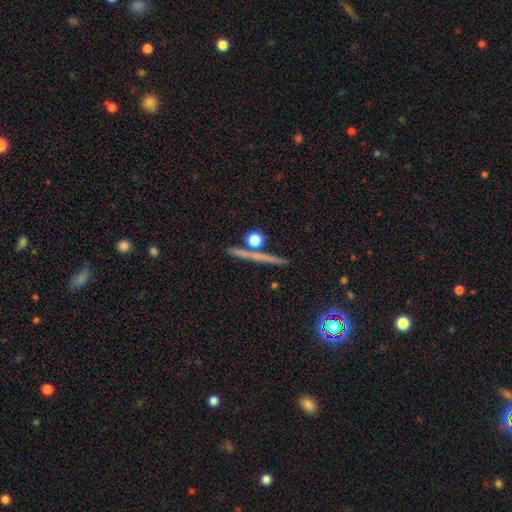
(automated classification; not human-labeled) This appears to be a featured or disk galaxy (50%). Merging: none (85%).